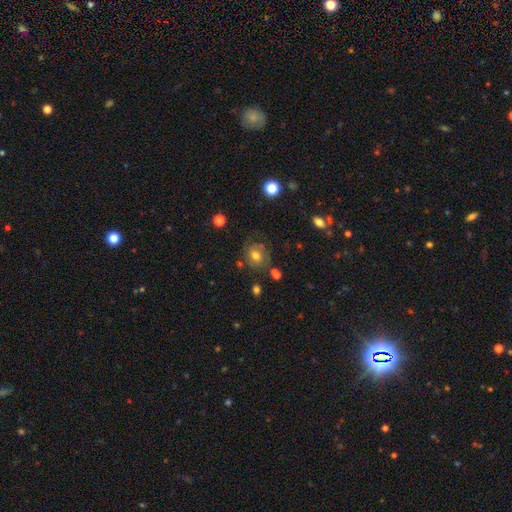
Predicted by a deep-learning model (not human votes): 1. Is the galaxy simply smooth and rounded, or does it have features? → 66% smooth, 20% featured or disk, 14% star or artifact.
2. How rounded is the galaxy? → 79% round, 20% in between, 1% cigar-shaped.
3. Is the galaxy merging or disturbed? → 71% none, 17% minor disturbance, 7% major disturbance, 5% merger.